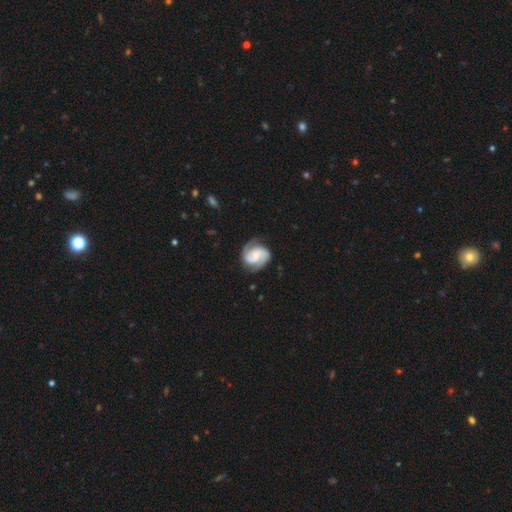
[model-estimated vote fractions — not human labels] smooth-or-featured: featured or disk: 85% | smooth: 10% | star or artifact: 5%
  disk-edge-on: no: 98% | yes: 2%
    bar: weak: 45% | no: 38% | strong: 17%
    has-spiral-arms: yes: 98% | no: 2%
      spiral-winding: medium: 48% | tight: 38% | loose: 13%
      spiral-arm-count: 2: 91% | can't tell: 3% | 1: 2% | 3: 2% | 4: 1% | more than 4: 1%
    bulge-size: small: 35% | moderate: 30% | none: 26% | large: 8% | dominant: 2%
  merging: none: 78% | minor disturbance: 15% | major disturbance: 5% | merger: 1%